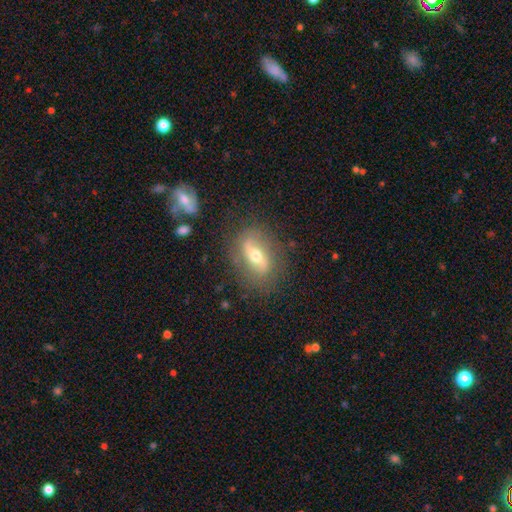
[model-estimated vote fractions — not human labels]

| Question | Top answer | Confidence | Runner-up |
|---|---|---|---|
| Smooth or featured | featured or disk | 62% | smooth (29%) |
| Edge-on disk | no | 87% | yes (13%) |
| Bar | strong | 40% | weak (33%) |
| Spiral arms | yes | 66% | no (34%) |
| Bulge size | moderate | 67% | small (27%) |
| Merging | none | 75% | minor disturbance (16%) |